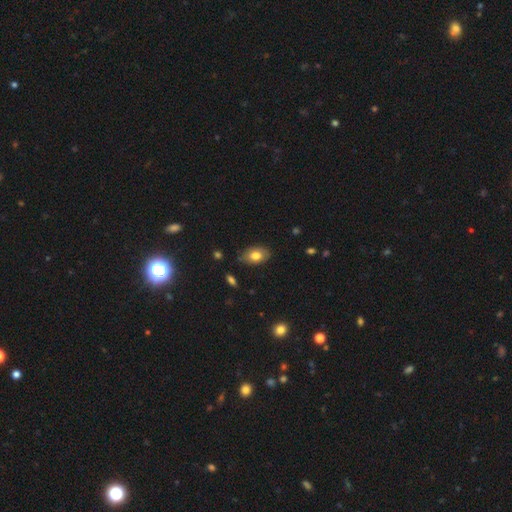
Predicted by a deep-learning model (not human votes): smooth 76%, featured or disk 16%, star or artifact 8%. Down the decision tree: how rounded — in between (87%); merging — none (80%).